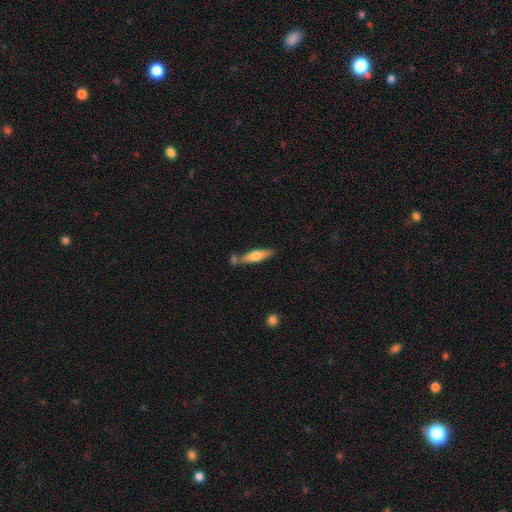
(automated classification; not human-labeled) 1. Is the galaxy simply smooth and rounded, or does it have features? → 60% smooth, 34% featured or disk, 6% star or artifact.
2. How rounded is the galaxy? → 70% cigar-shaped, 28% in between, 2% round.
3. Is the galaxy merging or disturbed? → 65% none, 16% merger, 15% minor disturbance, 4% major disturbance.